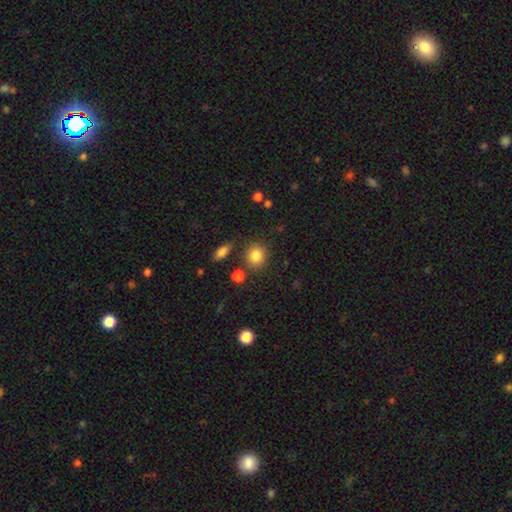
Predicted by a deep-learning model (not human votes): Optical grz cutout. It shows a smooth galaxy with no disk features (84%) that is round (80%). Merging: none (79%).